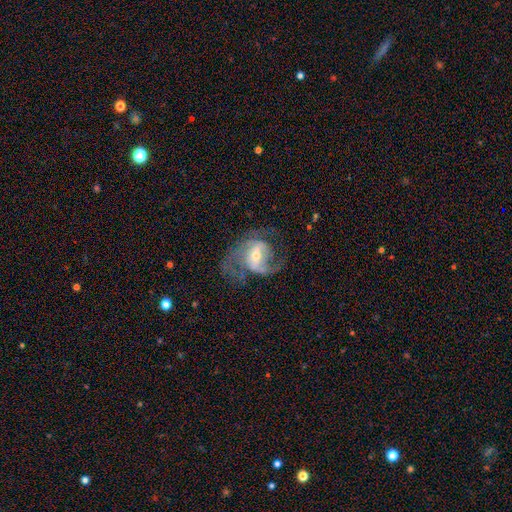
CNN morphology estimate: Smooth or featured: featured or disk — 83% (smooth — 10%)
Edge-on disk: no — 97% (yes — 3%)
Bar: weak — 47% (strong — 30%)
Spiral arms: yes — 90% (no — 10%)
Spiral winding: medium — 50% (loose — 31%)
Spiral arm count: 2 — 65% (can't tell — 13%)
Bulge size: small — 47% (moderate — 46%)
Merging: none — 53% (major disturbance — 26%)